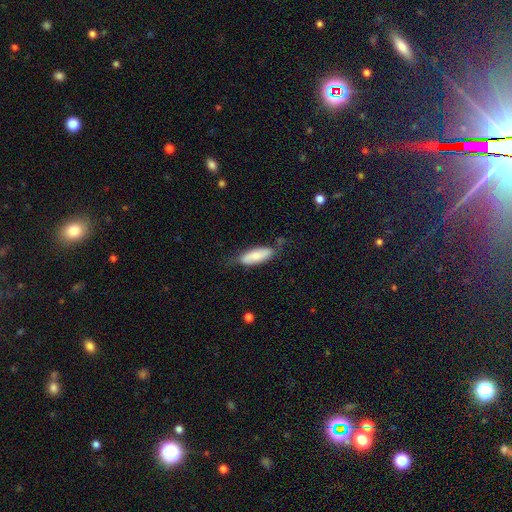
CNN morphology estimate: Smooth or featured? smooth (74%)
How rounded? in between (66%)
Merging? none (62%)